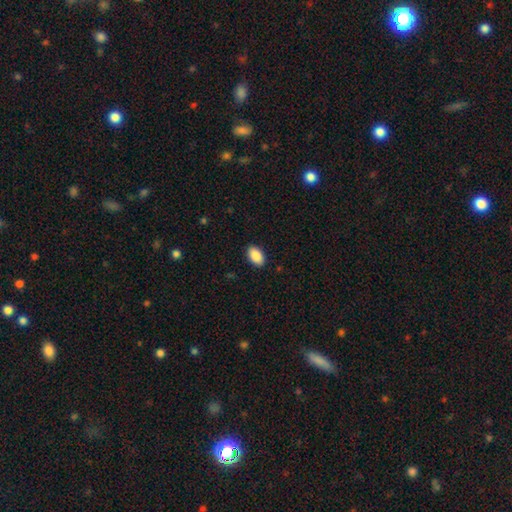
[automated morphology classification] type=smooth (90%); roundness=in between (93%); merging=none (90%).